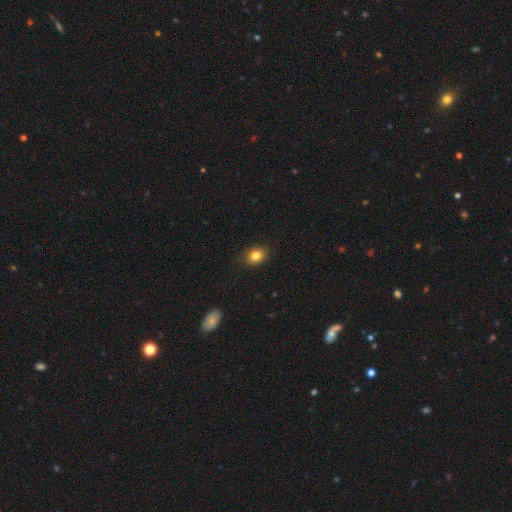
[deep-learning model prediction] This is clearly a smooth galaxy (83%). How rounded: possibly in between (52%). Merging: clearly none (86%).